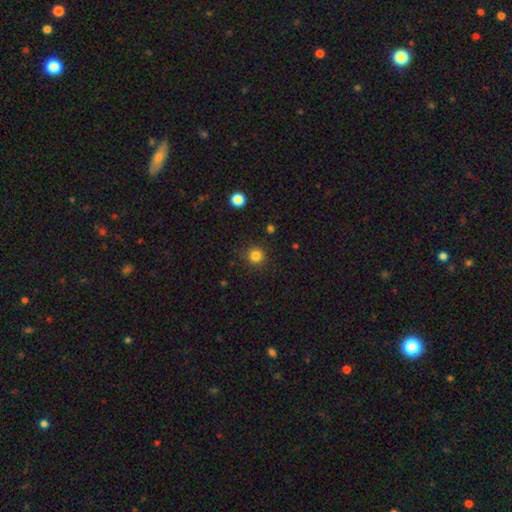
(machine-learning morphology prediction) Smooth or featured? smooth (83%)
How rounded? round (94%)
Merging? none (89%)